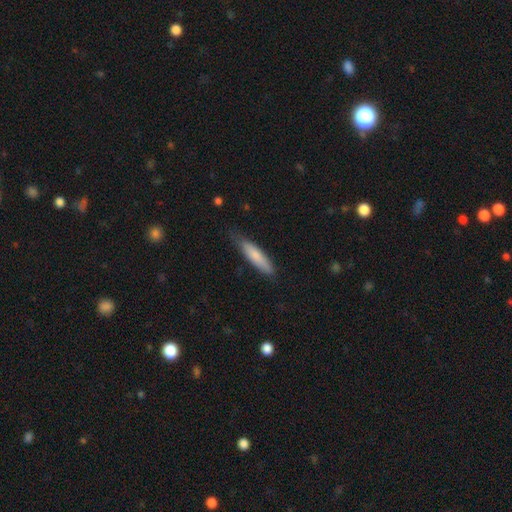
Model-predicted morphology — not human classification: smooth 78%, featured or disk 17%, star or artifact 6%. Down the decision tree: how rounded — cigar-shaped (78%); merging — none (72%).